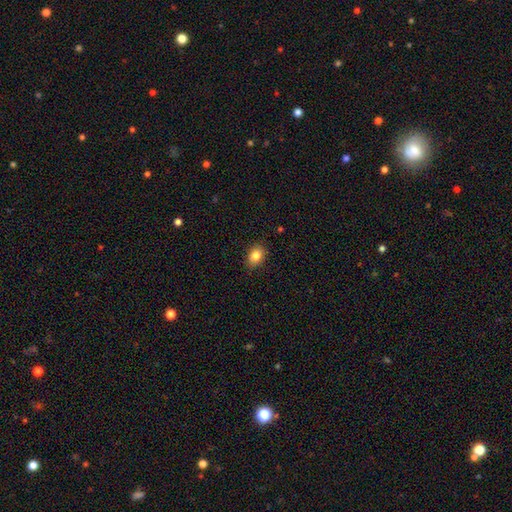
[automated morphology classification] Q: Smooth or featured?
A: smooth (85%); runner-up: star or artifact (9%)
Q: How rounded?
A: in between (74%); runner-up: round (25%)
Q: Merging?
A: none (87%); runner-up: minor disturbance (10%)